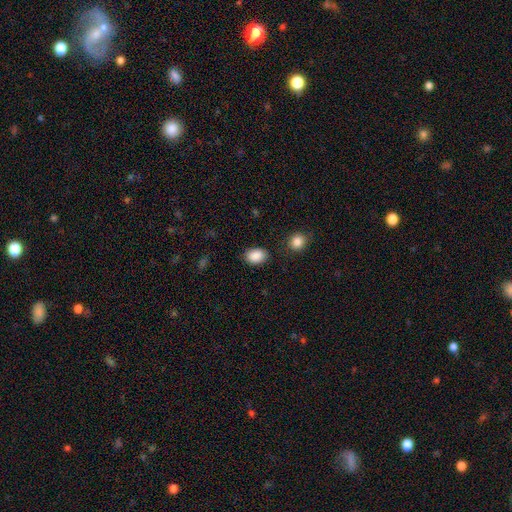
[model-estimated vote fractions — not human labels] Morphology: type=smooth (89%); roundness=in between (80%); merging=none (83%).